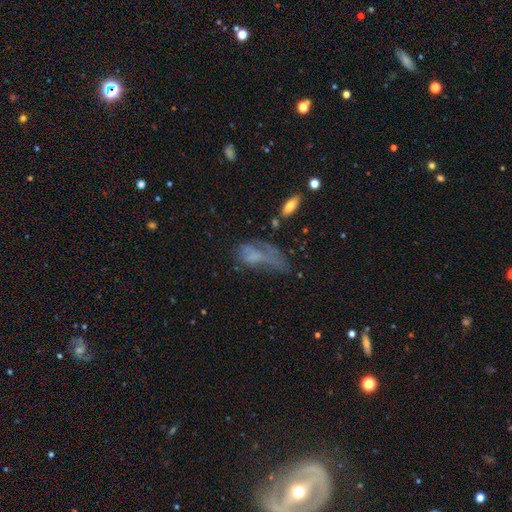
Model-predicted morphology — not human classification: Q: Smooth or featured?
A: smooth (46%); runner-up: featured or disk (36%)
Q: Merging?
A: major disturbance (43%); runner-up: none (26%)